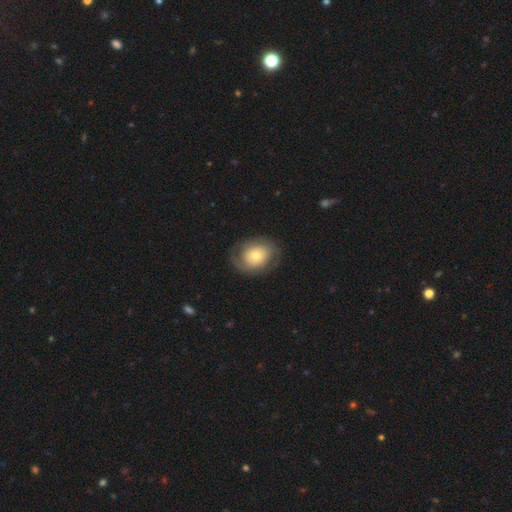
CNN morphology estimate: smooth_or_featured: featured or disk (p=0.49) [alt: smooth p=0.44]
merging: none (p=0.74) [alt: minor disturbance p=0.15]